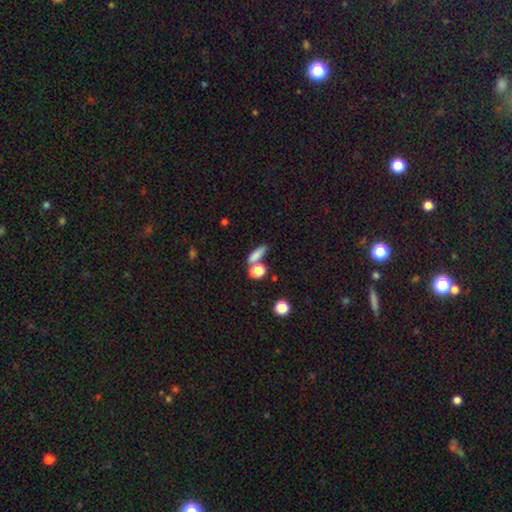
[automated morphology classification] smooth_or_featured: smooth (p=0.78) [alt: featured or disk p=0.11]
how_rounded: in between (p=0.47) [alt: cigar-shaped p=0.34]
merging: none (p=0.53) [alt: merger p=0.30]